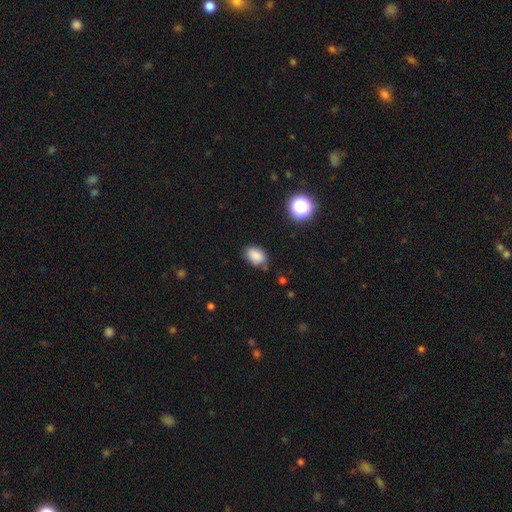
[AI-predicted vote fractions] Smooth or featured?
  - smooth: 84% *
  - star or artifact: 10%
  - featured or disk: 5%
How rounded?
  - in between: 83% *
  - round: 16%
  - cigar-shaped: 1%
Merging?
  - none: 73% *
  - minor disturbance: 20%
  - major disturbance: 4%
  - merger: 3%